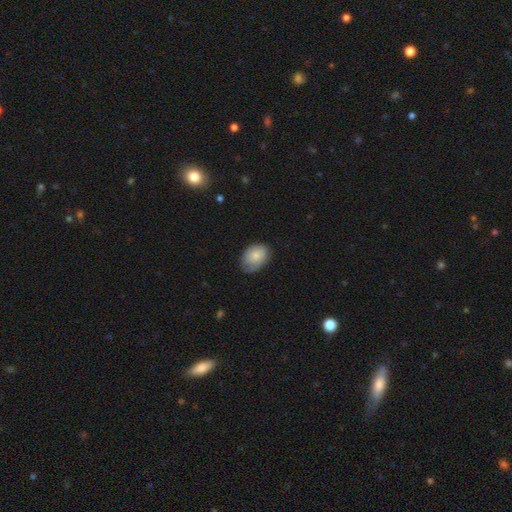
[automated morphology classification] Smooth or featured? smooth (78%)
How rounded? in between (79%)
Merging? none (59%)